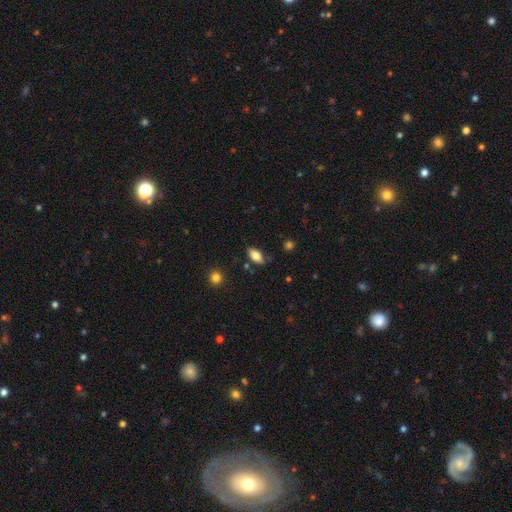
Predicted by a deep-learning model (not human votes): A smooth galaxy with no disk features (77%) that is in between round and cigar-shaped (89%). Merging: none (76%).